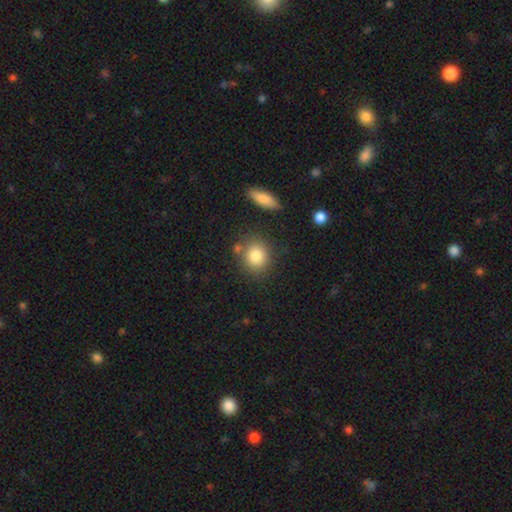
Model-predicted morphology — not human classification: This is clearly a smooth galaxy (83%). How rounded: likely round (72%). Merging: likely none (74%).